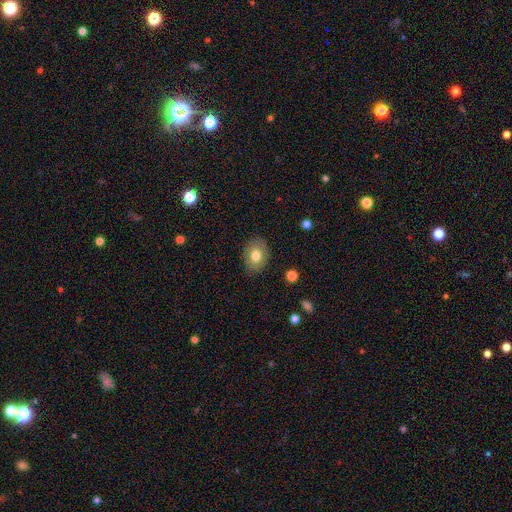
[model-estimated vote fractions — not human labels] The model was most divided on "how rounded": in between: 72%, round: 27%, cigar-shaped: 1%. More confident: merging — none (87%); smooth or featured — smooth (77%).